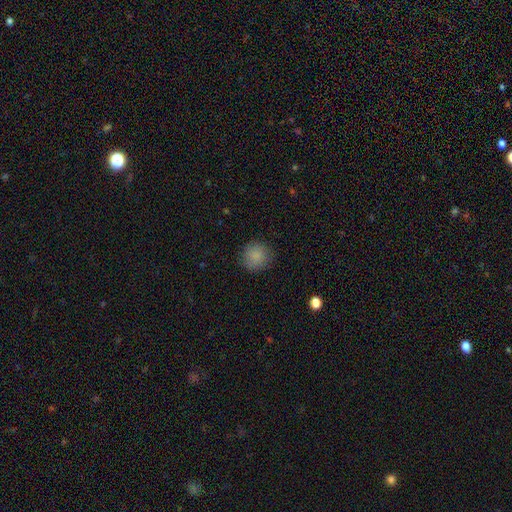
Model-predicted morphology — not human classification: This is clearly a smooth galaxy (86%). How rounded: clearly round (90%). Merging: clearly none (84%).